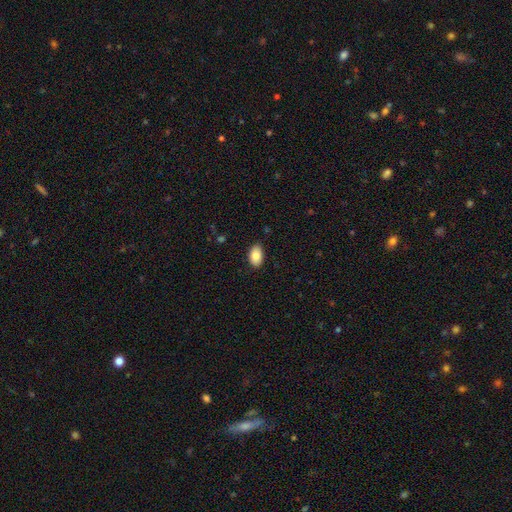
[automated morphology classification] The model was most divided on "merging": none: 86%, minor disturbance: 11%, major disturbance: 2%, merger: 1%. More confident: how rounded — in between (92%); smooth or featured — smooth (84%).